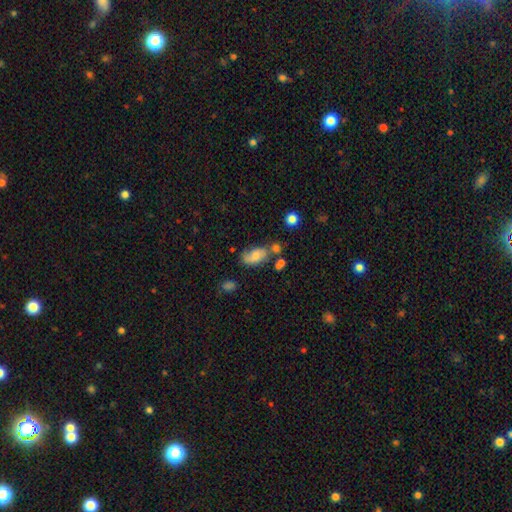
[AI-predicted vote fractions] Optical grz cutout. It shows a smooth galaxy with no disk features (58%) that is in between round and cigar-shaped (89%). Merging: none (48%).